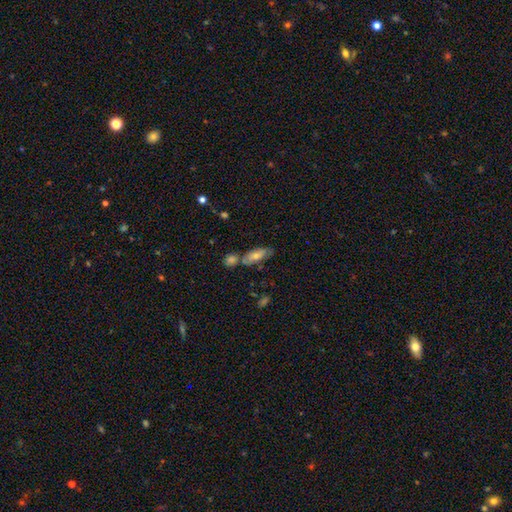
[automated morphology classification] A smooth galaxy with no disk features (52%) that is in between round and cigar-shaped (64%).

Vote fractions:
- Smooth or featured? smooth: 52% / featured or disk: 37% / star or artifact: 11%
- How rounded? in between: 64% / cigar-shaped: 32% / round: 4%
- Merging? none: 60% / merger: 21% / minor disturbance: 15% / major disturbance: 5%